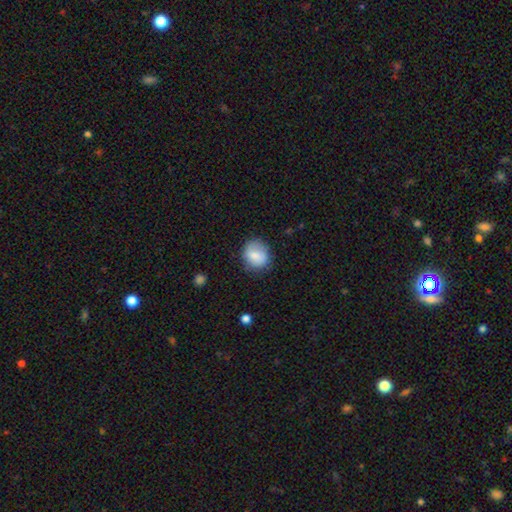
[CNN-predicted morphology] Smooth or featured? smooth (81%)
How rounded? round (67%)
Merging? none (73%)